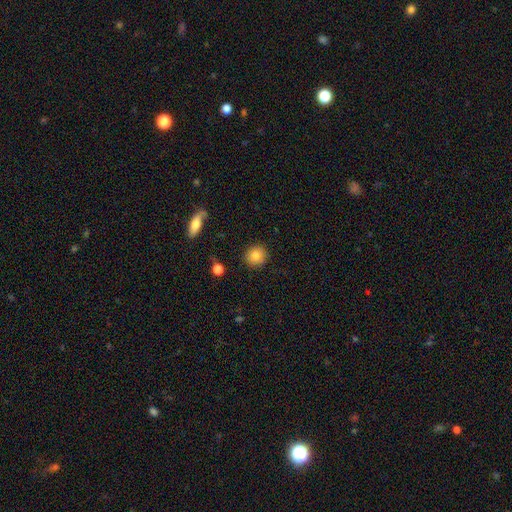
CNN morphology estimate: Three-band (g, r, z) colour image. It shows a smooth galaxy with no disk features (83%) that is round (89%). Merging: none (90%).